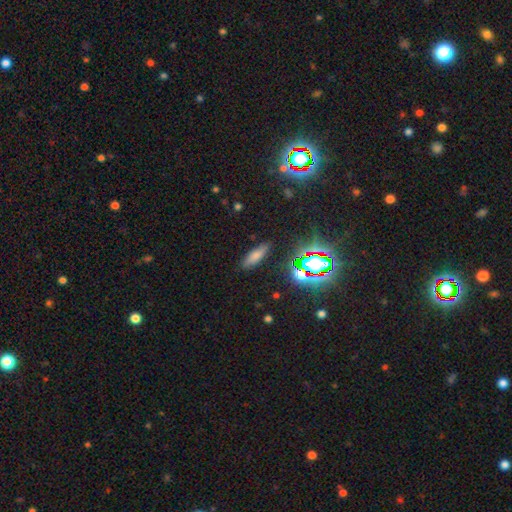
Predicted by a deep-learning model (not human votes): The model was most divided on "how rounded": in between: 49%, cigar-shaped: 47%, round: 4%. More confident: merging — none (85%); smooth or featured — smooth (66%).